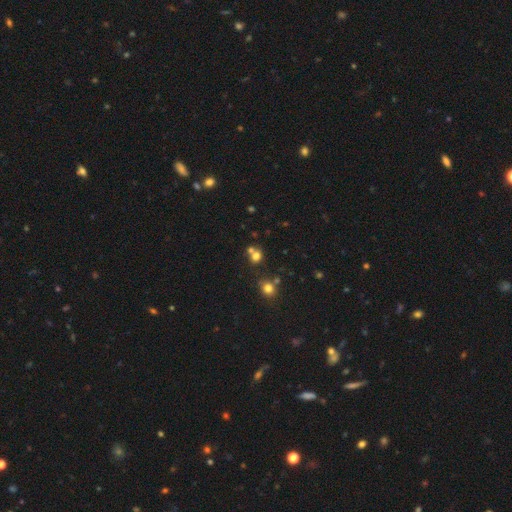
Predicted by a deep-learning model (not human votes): Smooth or featured? Predicted: smooth (p=0.71). How rounded? Predicted: round (p=0.77). Merging? Predicted: none (p=0.53).